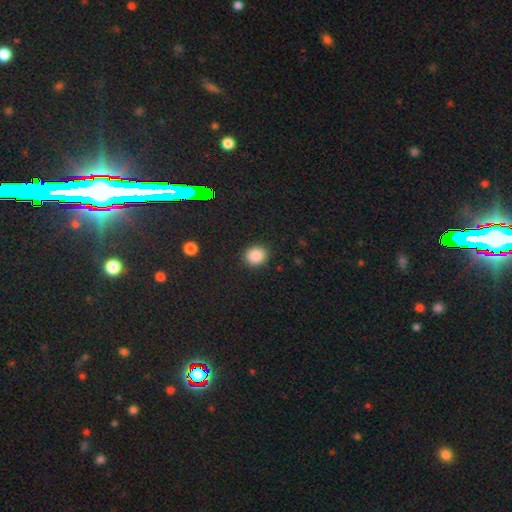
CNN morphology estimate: smooth_or_featured: smooth (p=0.87) [alt: star or artifact p=0.10]
how_rounded: round (p=0.78) [alt: in between p=0.21]
merging: none (p=0.90) [alt: minor disturbance p=0.07]